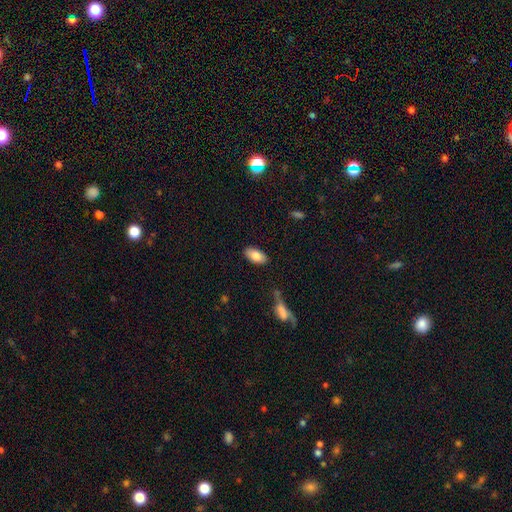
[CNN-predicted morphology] A smooth galaxy with no disk features (81%) that is in between round and cigar-shaped (93%). Merging: none (86%).